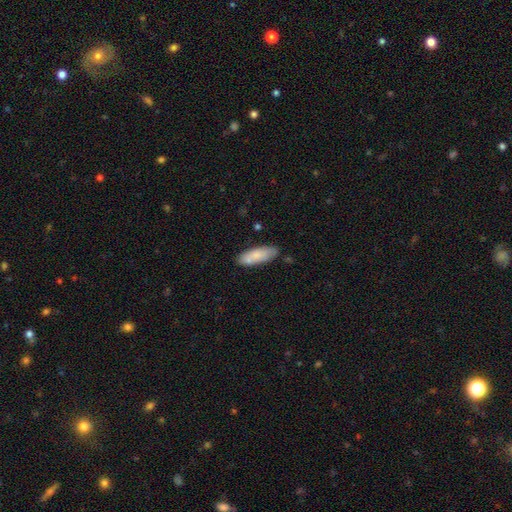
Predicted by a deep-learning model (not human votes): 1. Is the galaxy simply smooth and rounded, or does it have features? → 79% smooth, 15% featured or disk, 6% star or artifact.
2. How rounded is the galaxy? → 56% in between, 42% cigar-shaped, 2% round.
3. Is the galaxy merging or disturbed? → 79% none, 15% minor disturbance, 4% merger, 3% major disturbance.